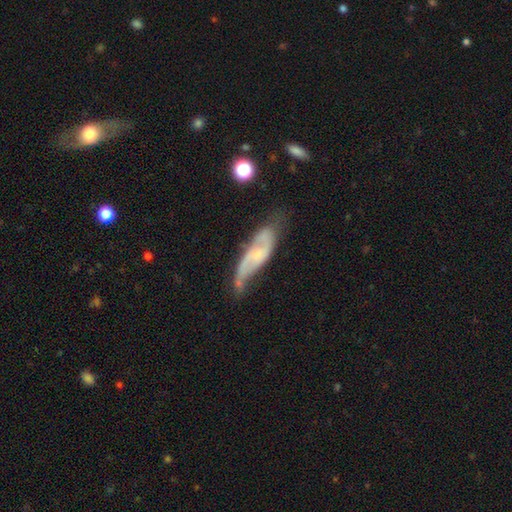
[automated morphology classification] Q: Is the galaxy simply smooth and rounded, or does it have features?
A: featured or disk — 72%.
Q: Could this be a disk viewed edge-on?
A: no — 85%.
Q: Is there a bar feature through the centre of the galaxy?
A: no — 55%.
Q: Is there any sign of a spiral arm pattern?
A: yes — 87%.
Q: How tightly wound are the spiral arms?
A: medium — 42%.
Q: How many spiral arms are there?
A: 2 — 77%.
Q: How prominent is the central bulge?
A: small — 65%.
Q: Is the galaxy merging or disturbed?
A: none — 46%.